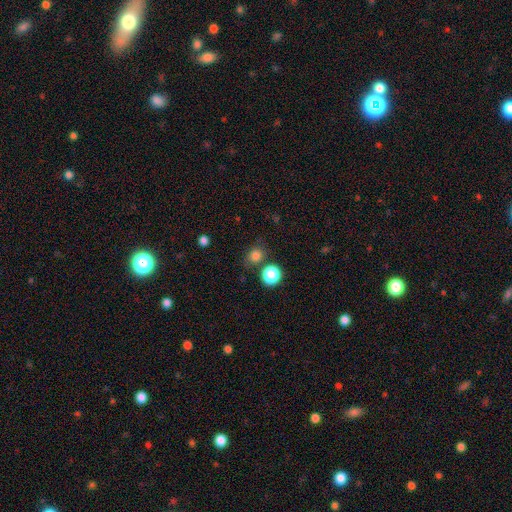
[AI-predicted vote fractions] Smooth or featured?
  - smooth: 79% *
  - star or artifact: 16%
  - featured or disk: 5%
How rounded?
  - round: 76% *
  - in between: 23%
  - cigar-shaped: 1%
Merging?
  - none: 73% *
  - minor disturbance: 13%
  - merger: 10%
  - major disturbance: 5%